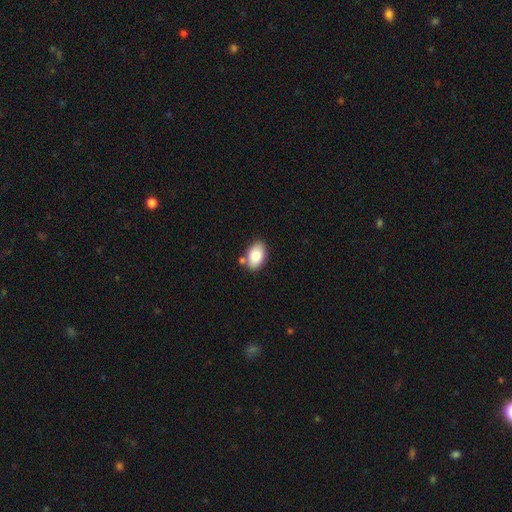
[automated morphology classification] A smooth galaxy with no disk features (81%) that is in between round and cigar-shaped (91%).

Vote fractions:
- Smooth or featured? smooth: 81% / featured or disk: 12% / star or artifact: 7%
- How rounded? in between: 91% / round: 8% / cigar-shaped: 1%
- Merging? none: 76% / minor disturbance: 13% / merger: 9% / major disturbance: 3%